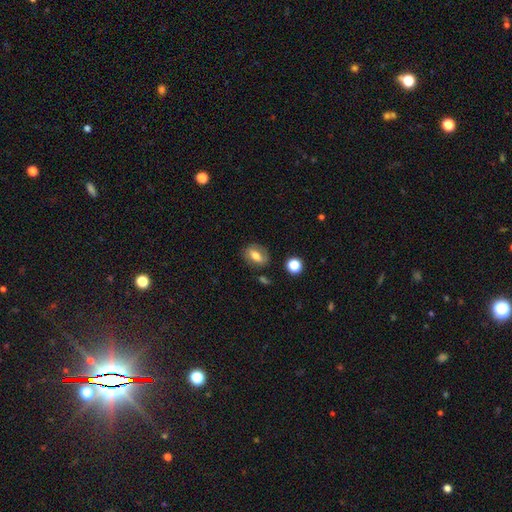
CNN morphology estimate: Smooth or featured: smooth — 62% (featured or disk — 28%)
How rounded: in between — 75% (round — 20%)
Merging: none — 76% (minor disturbance — 16%)